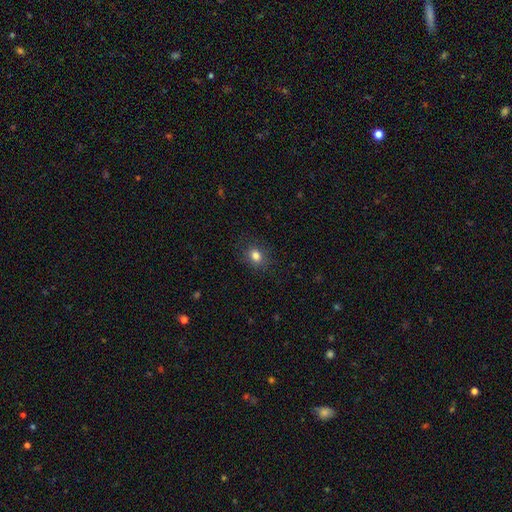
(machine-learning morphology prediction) smooth 82%, star or artifact 12%, featured or disk 6%. Down the decision tree: how rounded — round (57%); merging — none (86%).